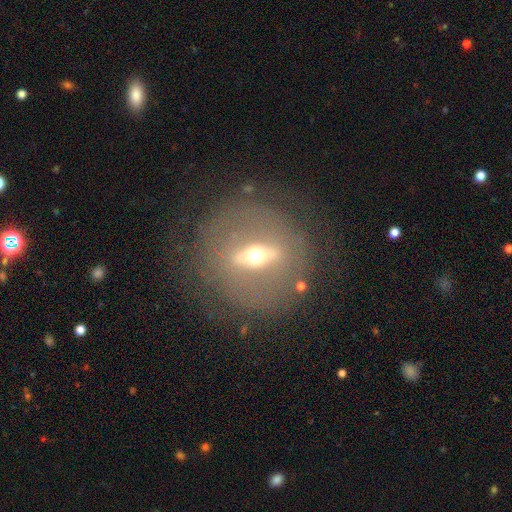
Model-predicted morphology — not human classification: A featured or disk galaxy (74%). Merging: none (77%).